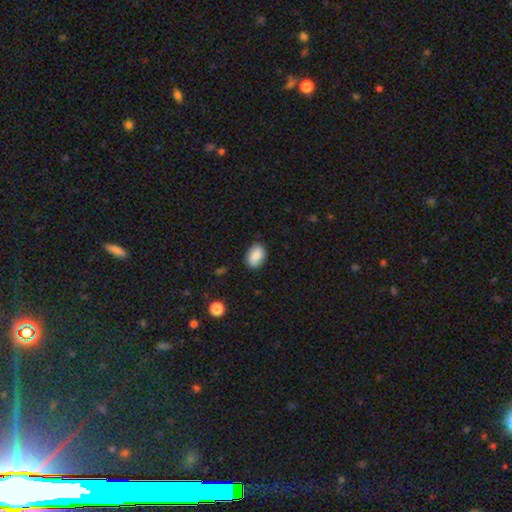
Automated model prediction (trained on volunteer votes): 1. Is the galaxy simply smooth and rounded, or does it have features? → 83% smooth, 9% featured or disk, 8% star or artifact.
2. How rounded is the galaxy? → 81% in between, 17% round, 1% cigar-shaped.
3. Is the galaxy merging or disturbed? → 84% none, 12% minor disturbance, 3% major disturbance, 1% merger.